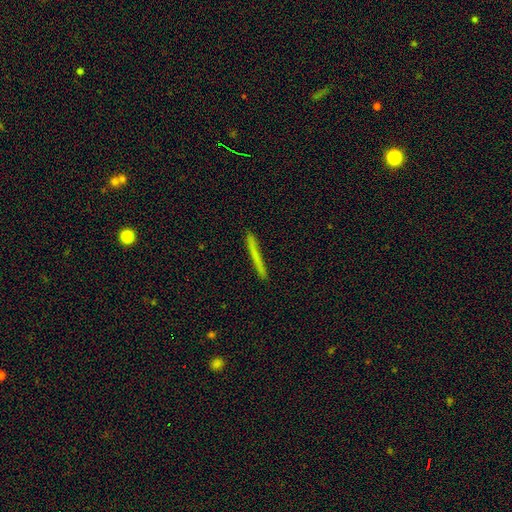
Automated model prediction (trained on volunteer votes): Morphology: type=smooth (63%); roundness=cigar-shaped (97%); merging=none (89%).